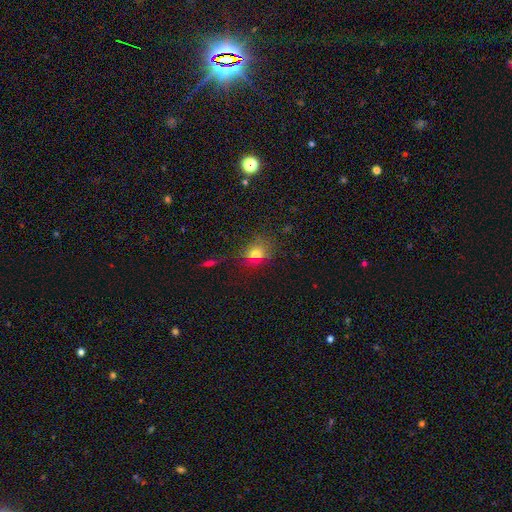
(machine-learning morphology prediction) This is likely a smooth galaxy (70%). How rounded: possibly round (54%). Merging: likely none (75%).